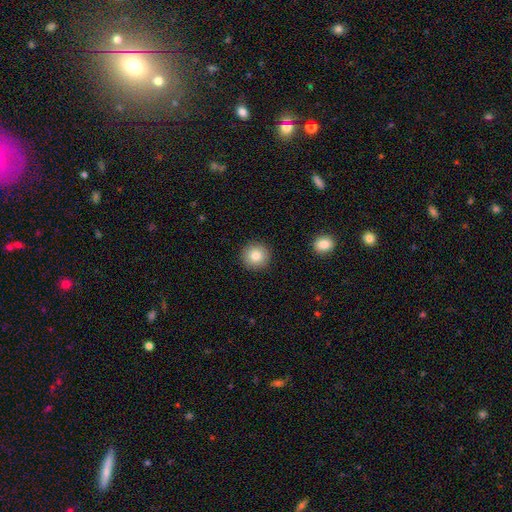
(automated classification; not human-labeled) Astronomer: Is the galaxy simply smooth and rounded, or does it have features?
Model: smooth — 83%.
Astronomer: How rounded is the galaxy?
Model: round — 95%.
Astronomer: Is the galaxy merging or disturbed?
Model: none — 92%.